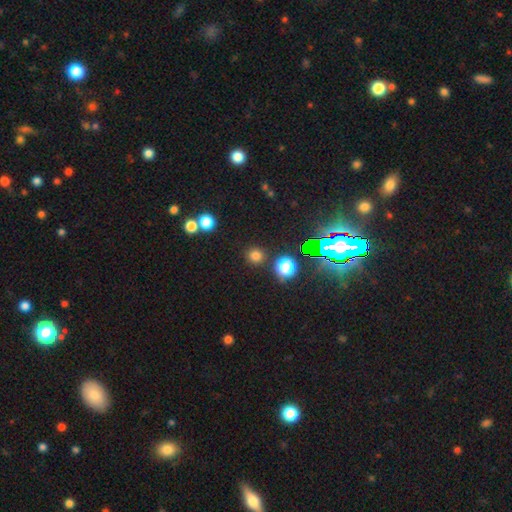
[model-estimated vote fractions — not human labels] Q: Smooth or featured?
A: smooth (70%); runner-up: star or artifact (24%)
Q: How rounded?
A: round (91%); runner-up: in between (8%)
Q: Merging?
A: none (86%); runner-up: minor disturbance (7%)